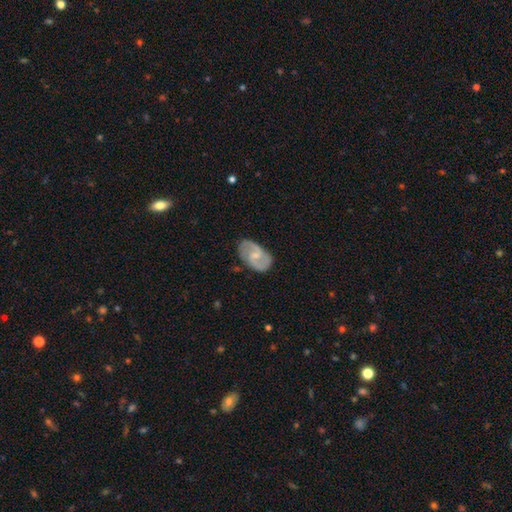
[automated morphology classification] smooth-or-featured: featured or disk: 72% | smooth: 23% | star or artifact: 5%
  disk-edge-on: no: 97% | yes: 3%
    bar: weak: 53% | no: 37% | strong: 11%
    has-spiral-arms: yes: 90% | no: 10%
      spiral-winding: medium: 49% | loose: 30% | tight: 21%
      spiral-arm-count: 2: 87% | can't tell: 7% | 1: 2% | 3: 2% | 4: 1% | more than 4: 1%
    bulge-size: small: 53% | moderate: 37% | none: 8% | large: 2% | dominant: 1%
  merging: none: 77% | minor disturbance: 17% | major disturbance: 4% | merger: 2%